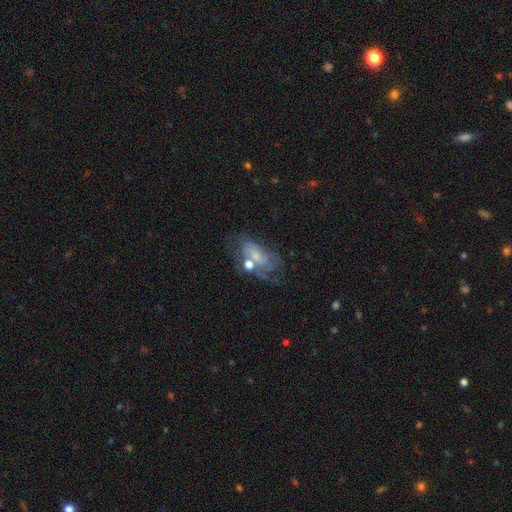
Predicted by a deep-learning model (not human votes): Smooth or featured? Predicted: featured or disk (p=0.56). Edge-on disk? Predicted: no (p=0.95). Bar? Predicted: no (p=0.66). Spiral arms? Predicted: yes (p=0.57). Bulge size? Predicted: small (p=0.50). Merging? Predicted: none (p=0.36).